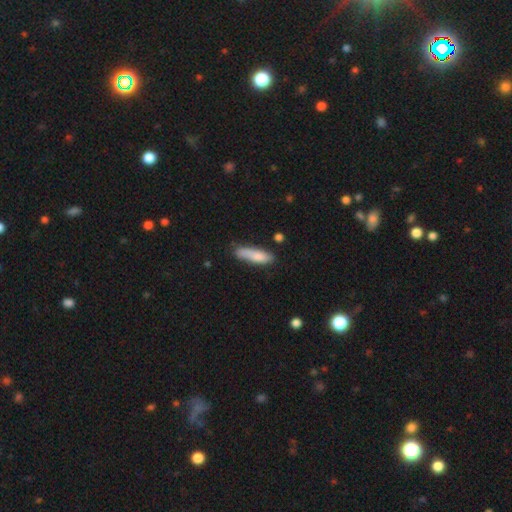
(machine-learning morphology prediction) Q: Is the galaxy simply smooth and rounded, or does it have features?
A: smooth — 81%.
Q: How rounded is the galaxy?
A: cigar-shaped — 67%.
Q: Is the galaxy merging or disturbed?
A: none — 65%.